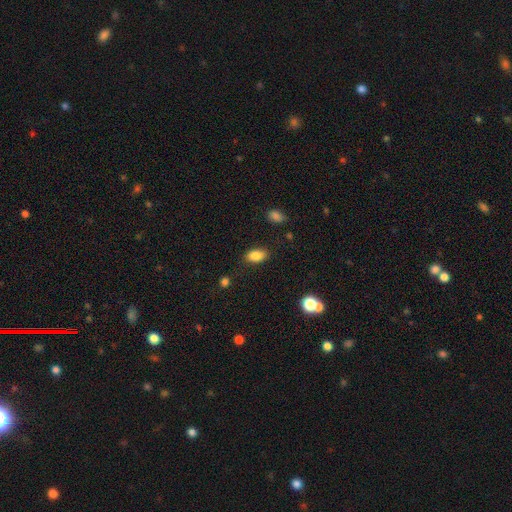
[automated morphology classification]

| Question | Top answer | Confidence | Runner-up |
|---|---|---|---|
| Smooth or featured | smooth | 85% | star or artifact (9%) |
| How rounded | in between | 89% | round (9%) |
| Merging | none | 84% | minor disturbance (11%) |